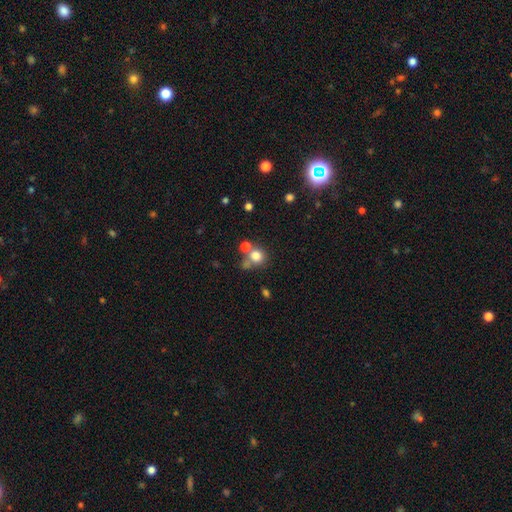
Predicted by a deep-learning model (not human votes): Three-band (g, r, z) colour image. It shows a smooth galaxy with no disk features (79%) that is round (84%). Merging: none (52%).